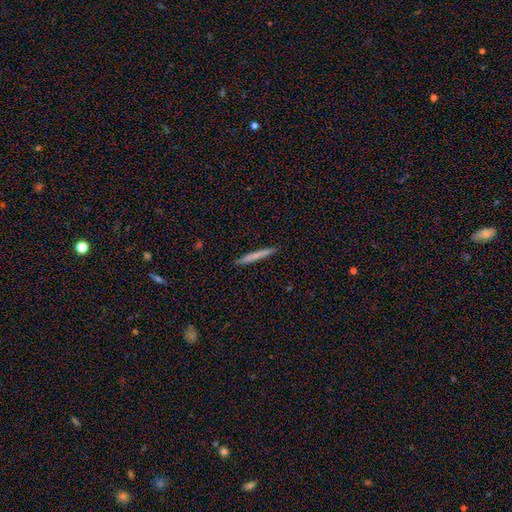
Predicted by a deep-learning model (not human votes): Smooth or featured? Predicted: smooth (p=0.71). How rounded? Predicted: cigar-shaped (p=0.97). Merging? Predicted: none (p=0.92).